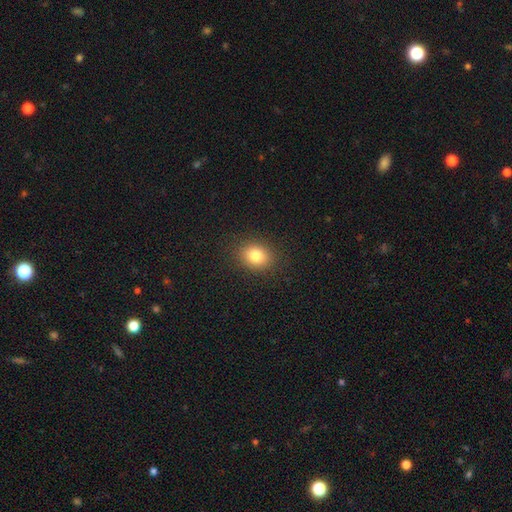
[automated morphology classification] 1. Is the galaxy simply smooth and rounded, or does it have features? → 82% smooth, 11% star or artifact, 7% featured or disk.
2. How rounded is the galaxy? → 50% in between, 49% round, 1% cigar-shaped.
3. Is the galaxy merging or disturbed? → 89% none, 7% minor disturbance, 3% major disturbance, 1% merger.